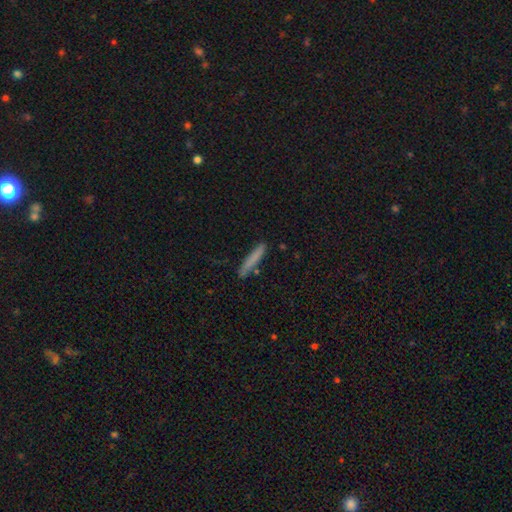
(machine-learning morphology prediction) A smooth galaxy with no disk features (76%) that is cigar-shaped (95%). Merging: none (84%).